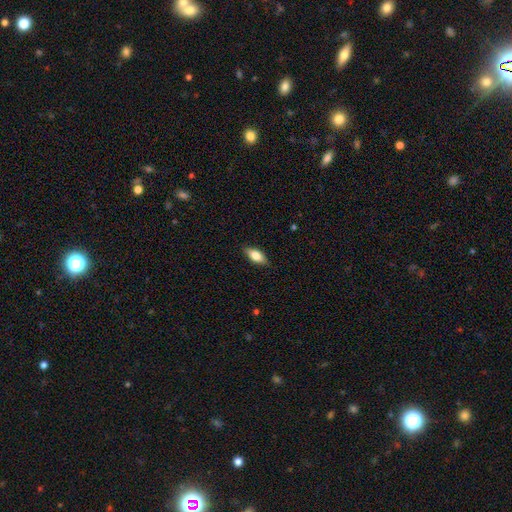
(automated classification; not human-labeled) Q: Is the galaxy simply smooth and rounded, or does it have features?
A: smooth — 70%.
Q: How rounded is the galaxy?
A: in between — 79%.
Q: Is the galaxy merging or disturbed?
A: none — 85%.